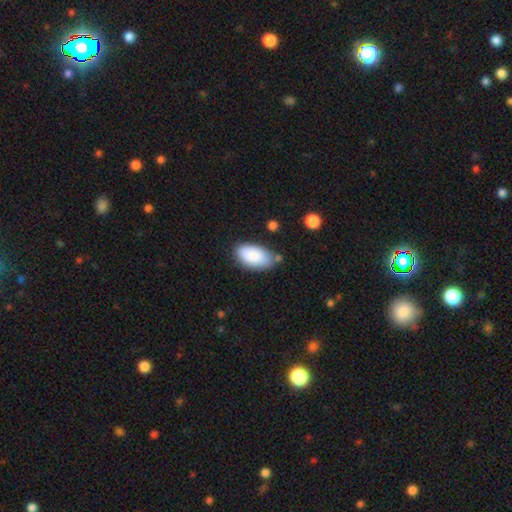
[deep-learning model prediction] Morphology: type=smooth (87%); roundness=in between (95%); merging=none (71%).